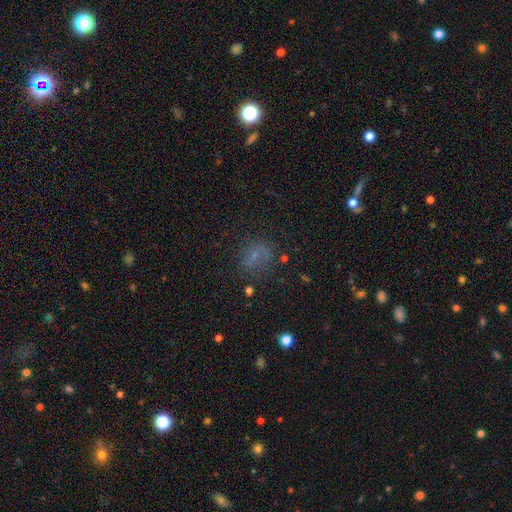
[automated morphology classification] smooth 54%, star or artifact 27%, featured or disk 19%. Down the decision tree: how rounded — round (59%); merging — none (62%).